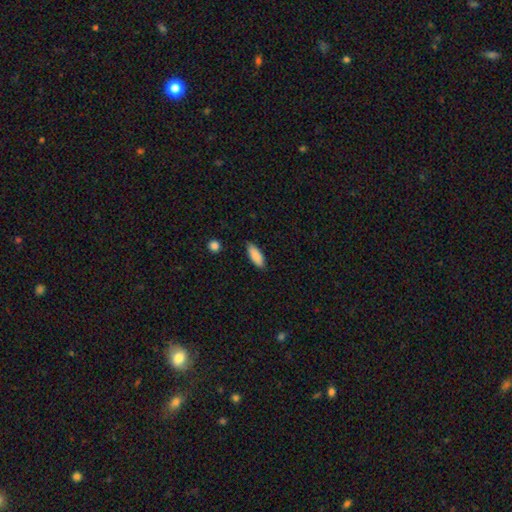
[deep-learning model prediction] smooth-or-featured: smooth: 87% | star or artifact: 6% | featured or disk: 6%
  how-rounded: in between: 77% | cigar-shaped: 22% | round: 2%
  merging: none: 83% | minor disturbance: 13% | major disturbance: 2% | merger: 1%